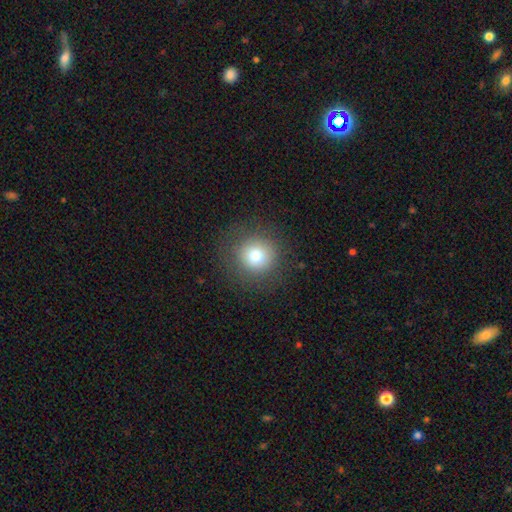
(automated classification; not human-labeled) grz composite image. It shows a smooth galaxy with no disk features (73%) that is round (95%). Merging: none (87%).